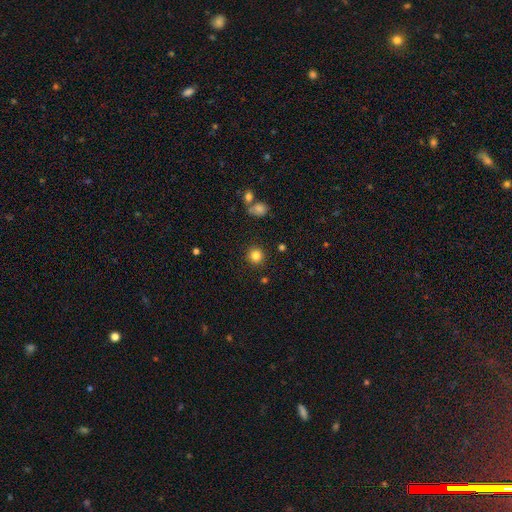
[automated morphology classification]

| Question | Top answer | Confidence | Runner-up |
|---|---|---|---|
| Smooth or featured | smooth | 83% | star or artifact (12%) |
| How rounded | round | 93% | in between (6%) |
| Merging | none | 90% | minor disturbance (6%) |